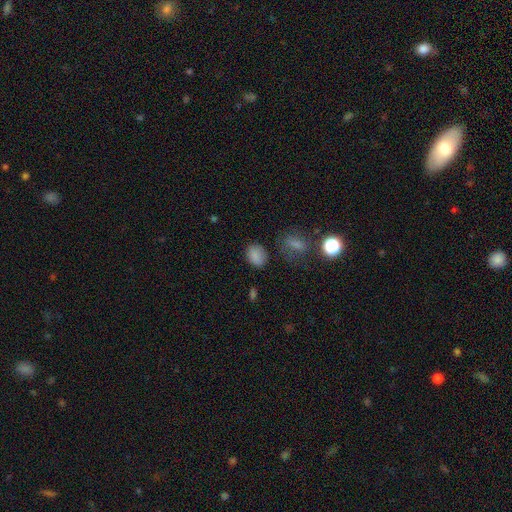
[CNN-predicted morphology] smooth 82%, star or artifact 13%, featured or disk 5%. Down the decision tree: how rounded — in between (62%); merging — none (77%).